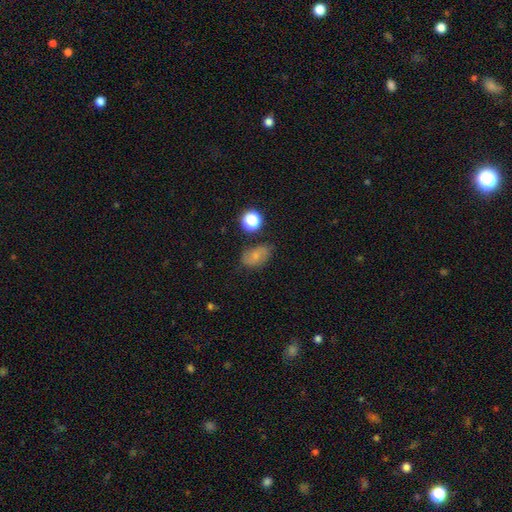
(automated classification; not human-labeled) A smooth galaxy with no disk features (56%) that is in between round and cigar-shaped (77%).

Vote fractions:
- Smooth or featured? smooth: 56% / featured or disk: 30% / star or artifact: 14%
- How rounded? in between: 77% / round: 21% / cigar-shaped: 2%
- Merging? none: 68% / minor disturbance: 22% / major disturbance: 6% / merger: 3%